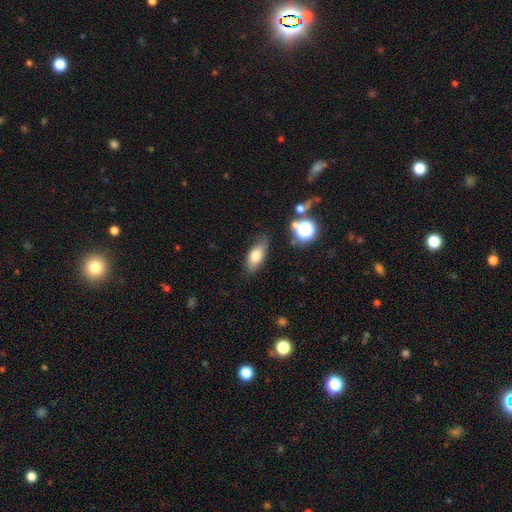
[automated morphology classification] type=smooth (75%); roundness=in between (81%); merging=none (73%).